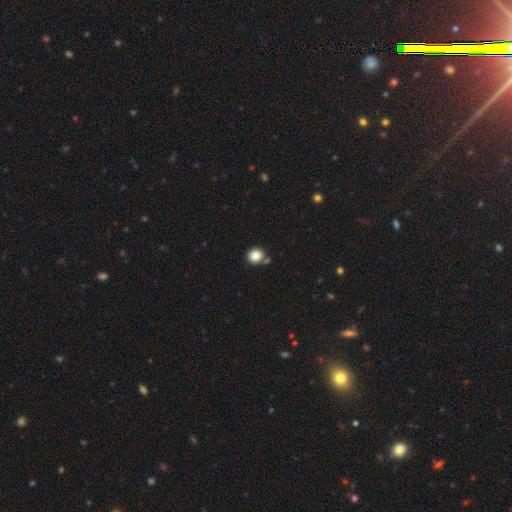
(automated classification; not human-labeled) Smooth or featured? Predicted: smooth (p=0.83). How rounded? Predicted: round (p=0.87). Merging? Predicted: none (p=0.77).